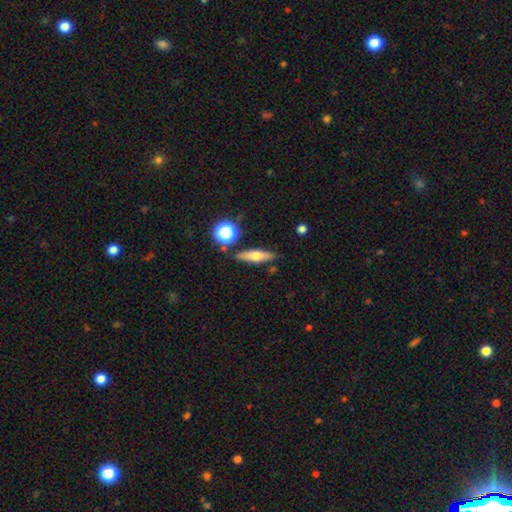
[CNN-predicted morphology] This appears to be a smooth galaxy with no disk features (48%). Merging: none (83%).